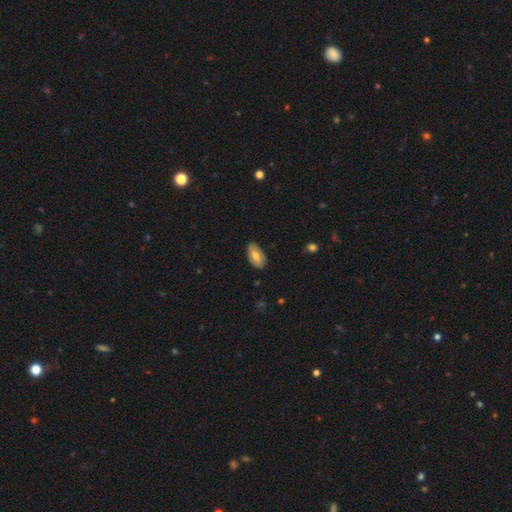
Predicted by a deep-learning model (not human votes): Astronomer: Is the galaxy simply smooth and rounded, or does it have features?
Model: smooth — 63%.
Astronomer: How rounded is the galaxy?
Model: in between — 94%.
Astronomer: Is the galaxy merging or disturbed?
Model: none — 81%.